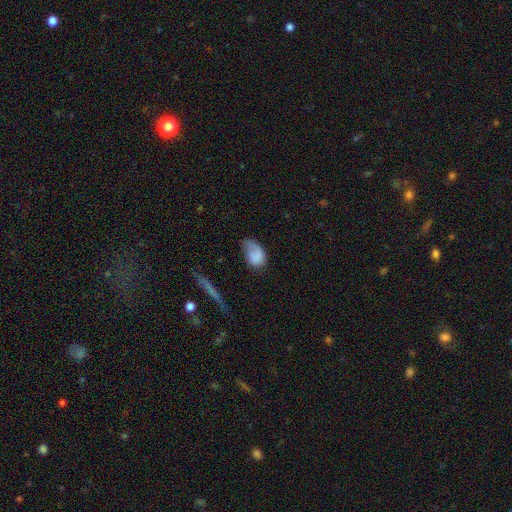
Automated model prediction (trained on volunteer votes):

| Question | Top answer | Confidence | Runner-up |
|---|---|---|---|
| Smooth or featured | smooth | 70% | featured or disk (22%) |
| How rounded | in between | 83% | round (15%) |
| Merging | none | 35% | minor disturbance (33%) |